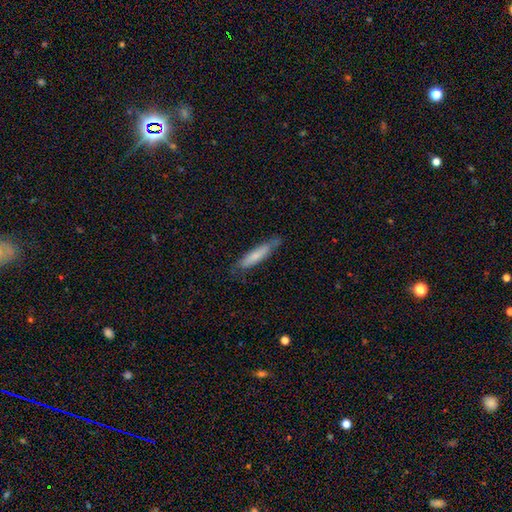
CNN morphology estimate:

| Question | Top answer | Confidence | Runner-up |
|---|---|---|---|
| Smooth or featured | smooth | 69% | featured or disk (25%) |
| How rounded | cigar-shaped | 84% | in between (15%) |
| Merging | none | 72% | minor disturbance (21%) |